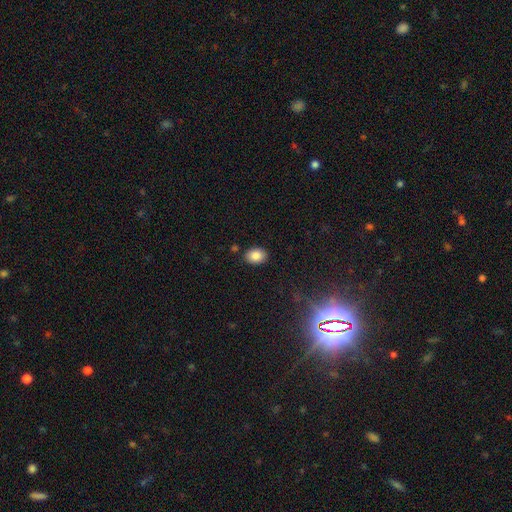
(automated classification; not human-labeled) smooth_or_featured: smooth (p=0.86) [alt: star or artifact p=0.09]
how_rounded: in between (p=0.73) [alt: round p=0.26]
merging: none (p=0.87) [alt: minor disturbance p=0.09]